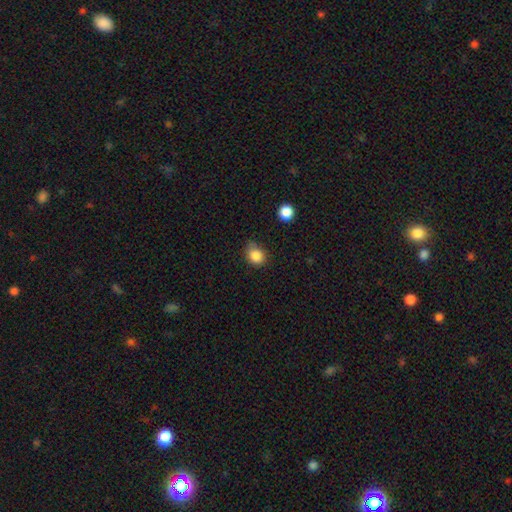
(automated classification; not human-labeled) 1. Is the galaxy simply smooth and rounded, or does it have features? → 85% smooth, 10% star or artifact, 5% featured or disk.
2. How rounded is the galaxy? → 66% round, 33% in between, 1% cigar-shaped.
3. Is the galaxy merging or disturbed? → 63% none, 28% minor disturbance, 6% major disturbance, 3% merger.